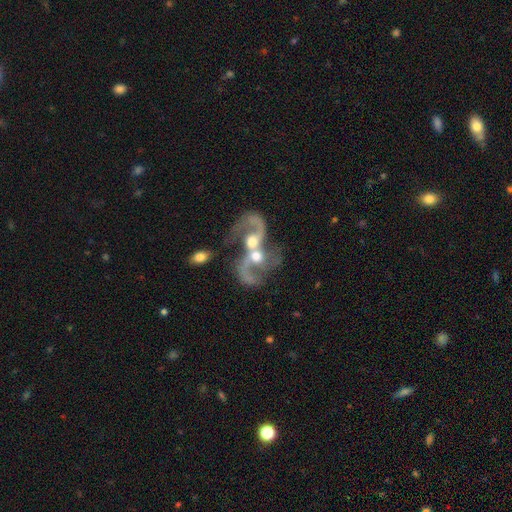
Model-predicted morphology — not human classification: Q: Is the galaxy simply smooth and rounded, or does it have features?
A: featured or disk — 78%.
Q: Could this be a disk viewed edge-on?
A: no — 97%.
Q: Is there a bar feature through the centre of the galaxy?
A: no — 66%.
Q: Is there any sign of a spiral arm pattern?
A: yes — 81%.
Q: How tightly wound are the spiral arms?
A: loose — 63%.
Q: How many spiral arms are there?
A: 2 — 61%.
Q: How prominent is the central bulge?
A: moderate — 62%.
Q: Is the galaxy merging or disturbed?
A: merger — 75%.